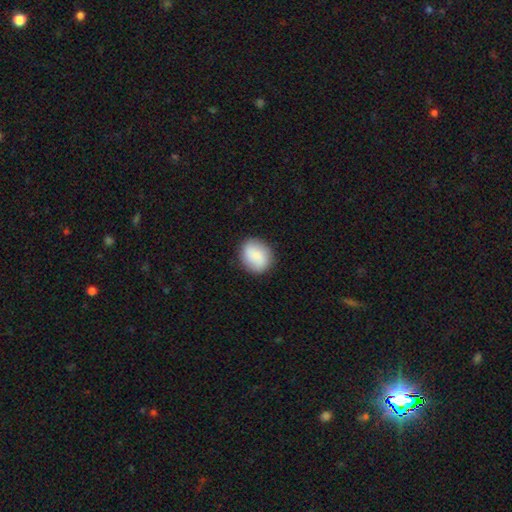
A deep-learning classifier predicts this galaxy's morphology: This appears to be a smooth galaxy with no disk features (79%) that is round (66%). Merging: none (85%).